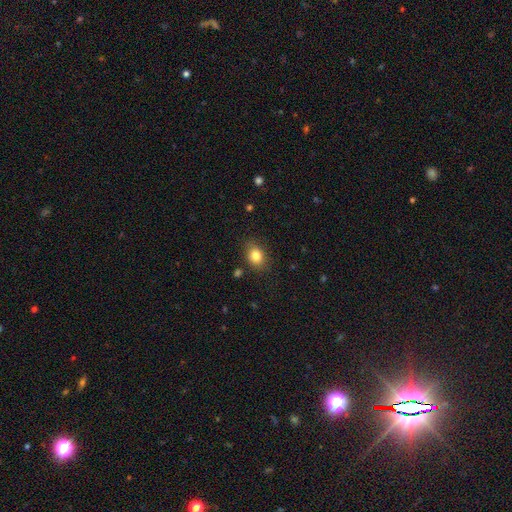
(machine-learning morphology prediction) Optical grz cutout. It shows a smooth galaxy with no disk features (83%) that is in between round and cigar-shaped (57%). Merging: none (84%).